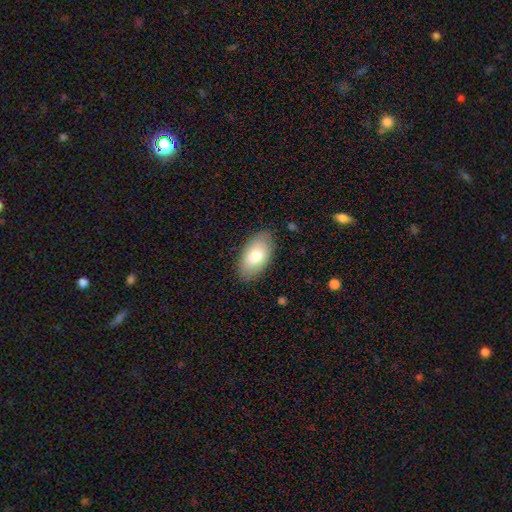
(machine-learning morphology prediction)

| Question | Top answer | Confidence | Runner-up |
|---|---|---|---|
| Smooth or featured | smooth | 76% | featured or disk (17%) |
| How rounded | in between | 94% | round (4%) |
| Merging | none | 84% | minor disturbance (12%) |